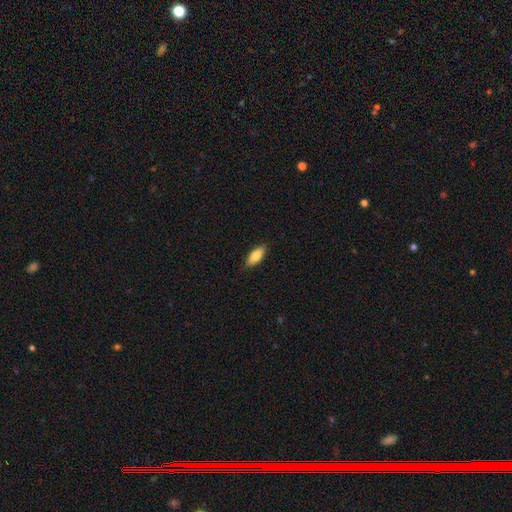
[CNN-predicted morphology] Overall: smooth (78%). How rounded: in between (76%). Merging: none (87%).